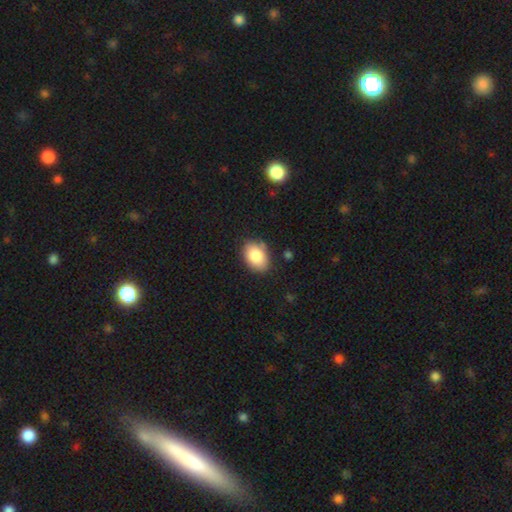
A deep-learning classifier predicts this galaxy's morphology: This appears to be a smooth galaxy with no disk features (84%) that is in between round and cigar-shaped (84%). Merging: none (81%).